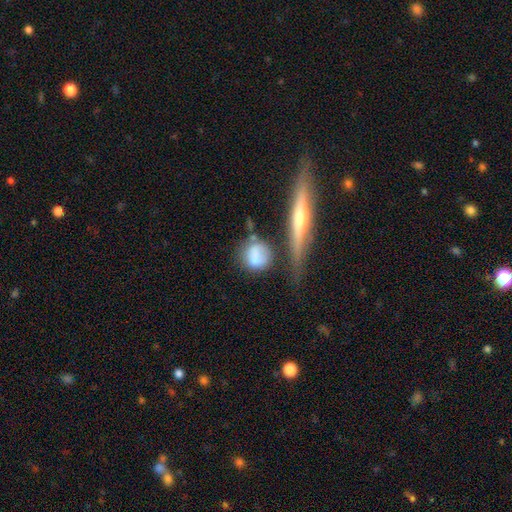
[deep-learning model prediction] smooth-or-featured: smooth: 72% | featured or disk: 19% | star or artifact: 8%
  how-rounded: round: 72% | in between: 22% | cigar-shaped: 6%
  merging: none: 53% | minor disturbance: 21% | merger: 13% | major disturbance: 12%